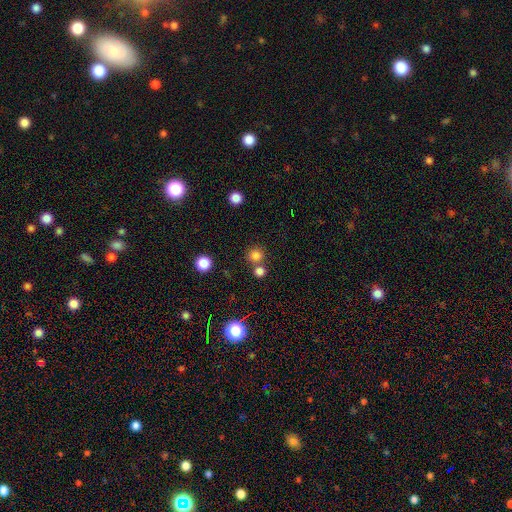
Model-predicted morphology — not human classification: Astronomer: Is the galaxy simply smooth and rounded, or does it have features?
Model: smooth — 79%.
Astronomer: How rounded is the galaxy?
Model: round — 92%.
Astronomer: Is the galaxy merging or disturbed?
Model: none — 68%.